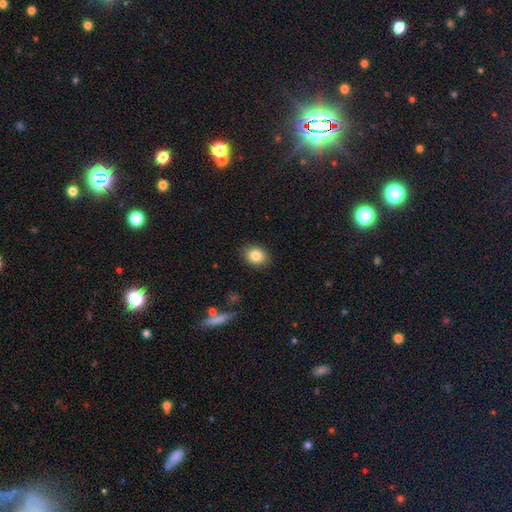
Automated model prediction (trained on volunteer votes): Smooth or featured?
  - smooth: 84% *
  - star or artifact: 9%
  - featured or disk: 7%
How rounded?
  - round: 54% *
  - in between: 45%
  - cigar-shaped: 1%
Merging?
  - none: 89% *
  - minor disturbance: 8%
  - major disturbance: 2%
  - merger: 1%